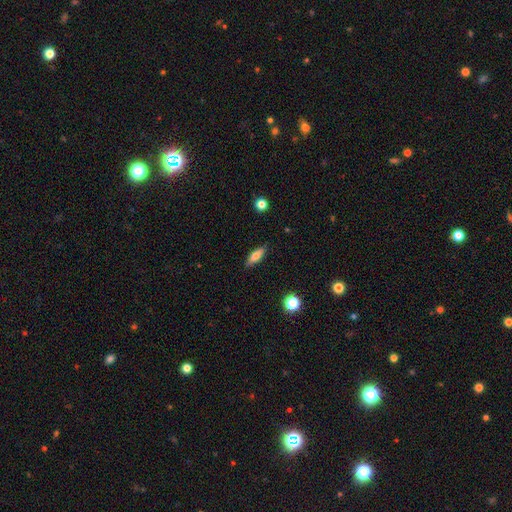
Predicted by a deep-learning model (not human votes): A smooth galaxy with no disk features (69%) that is in between round and cigar-shaped (50%). Merging: none (87%).